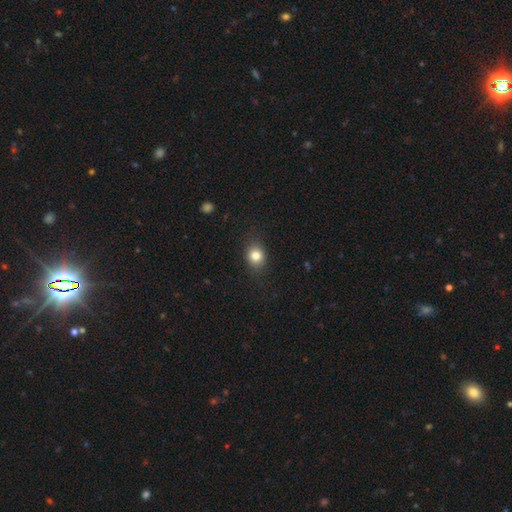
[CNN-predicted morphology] smooth_or_featured: smooth (p=0.81) [alt: star or artifact p=0.11]
how_rounded: round (p=0.59) [alt: in between p=0.39]
merging: none (p=0.83) [alt: minor disturbance p=0.13]